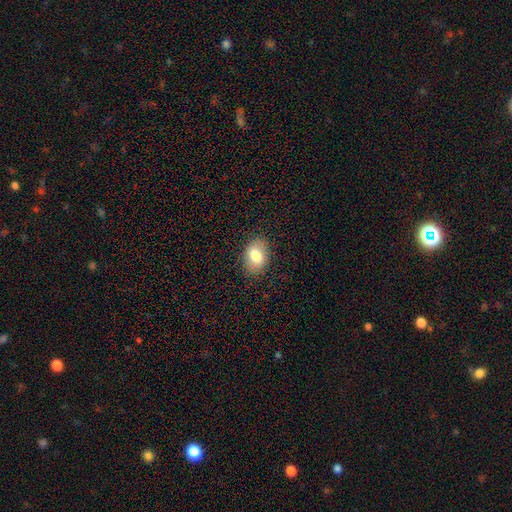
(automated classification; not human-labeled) The model was most divided on "how rounded": in between: 78%, round: 21%, cigar-shaped: 1%. More confident: merging — none (85%); smooth or featured — smooth (78%).